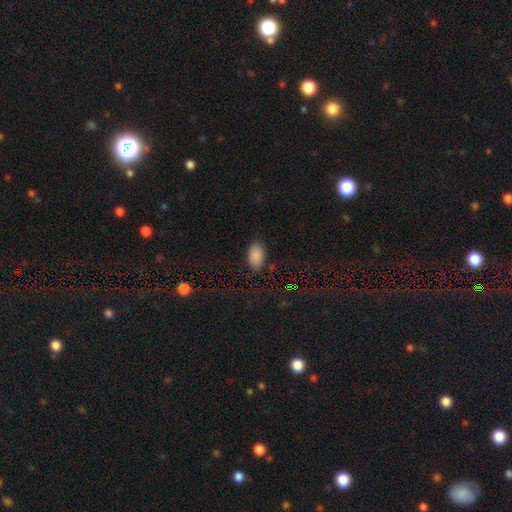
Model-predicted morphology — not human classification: This is clearly a smooth galaxy (87%). How rounded: clearly in between (94%). Merging: clearly none (82%).